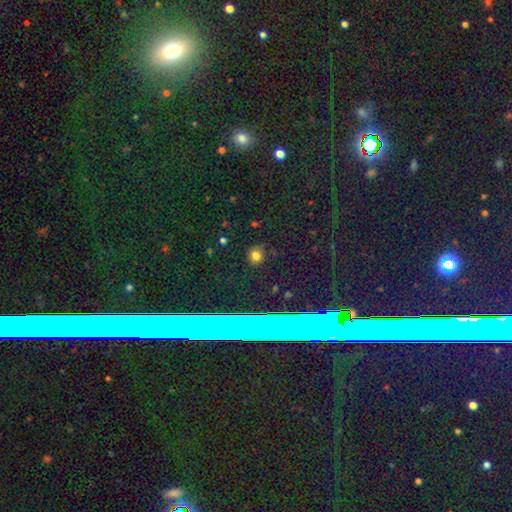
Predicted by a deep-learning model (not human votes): Smooth or featured: smooth — 74% (star or artifact — 20%)
How rounded: round — 87% (in between — 12%)
Merging: none — 88% (minor disturbance — 8%)